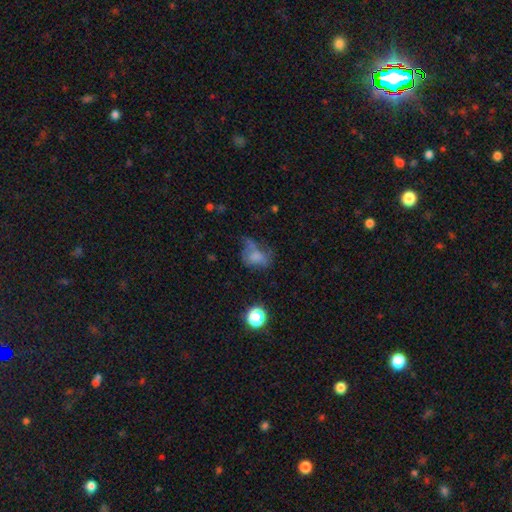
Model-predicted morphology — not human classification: Q: Smooth or featured?
A: smooth (59%); runner-up: featured or disk (25%)
Q: How rounded?
A: in between (69%); runner-up: round (29%)
Q: Merging?
A: major disturbance (37%); runner-up: none (29%)